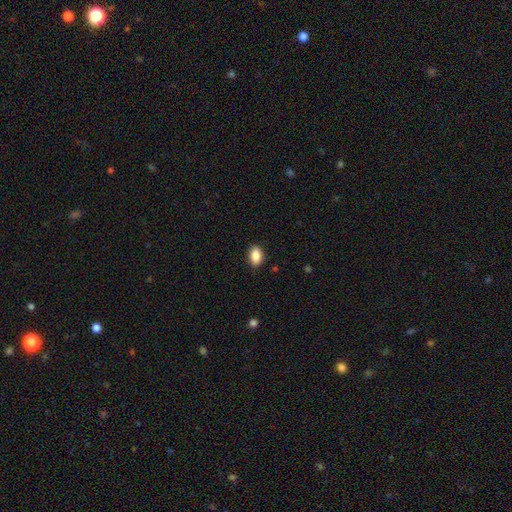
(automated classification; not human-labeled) Morphology: type=smooth (88%); roundness=in between (89%); merging=none (88%).